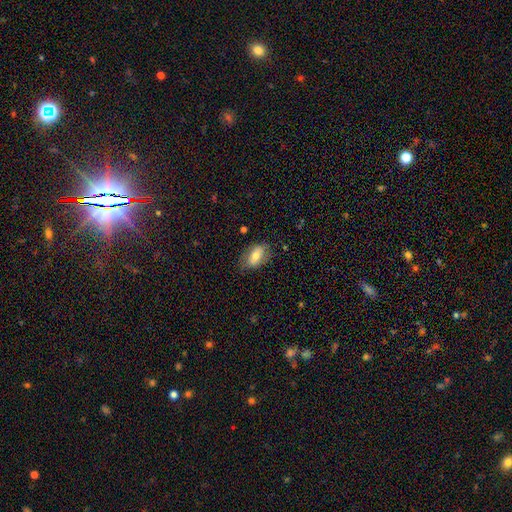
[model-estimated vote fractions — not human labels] Smooth or featured?
  - smooth: 67% *
  - featured or disk: 26%
  - star or artifact: 7%
How rounded?
  - in between: 88% *
  - round: 8%
  - cigar-shaped: 3%
Merging?
  - none: 71% *
  - minor disturbance: 21%
  - major disturbance: 6%
  - merger: 1%